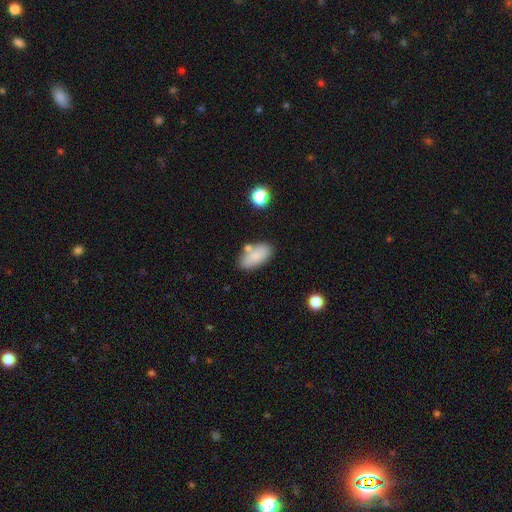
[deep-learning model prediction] Smooth or featured?
  - smooth: 79% *
  - featured or disk: 14%
  - star or artifact: 7%
How rounded?
  - in between: 92% *
  - cigar-shaped: 5%
  - round: 4%
Merging?
  - none: 69% *
  - minor disturbance: 15%
  - merger: 12%
  - major disturbance: 4%